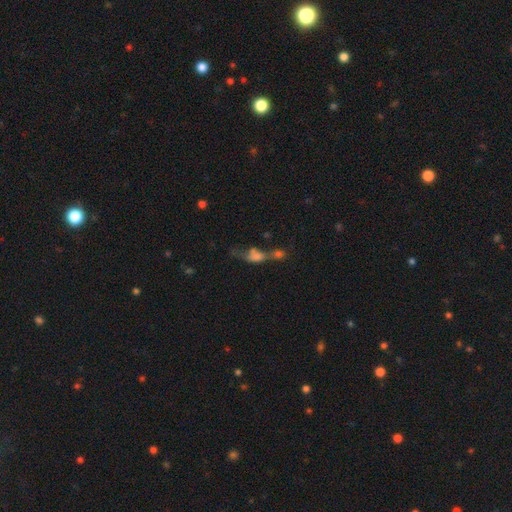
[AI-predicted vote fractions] Morphology: type=smooth (56%); roundness=in between (65%); merging=merger (62%).